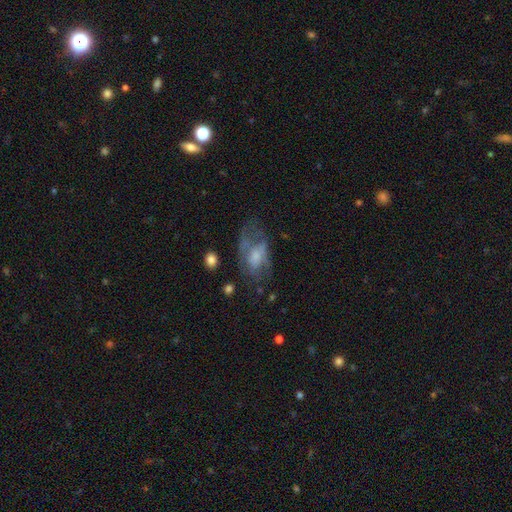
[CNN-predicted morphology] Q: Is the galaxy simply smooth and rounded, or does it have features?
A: featured or disk — 52%.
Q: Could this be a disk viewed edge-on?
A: no — 94%.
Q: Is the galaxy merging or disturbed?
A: major disturbance — 38%.